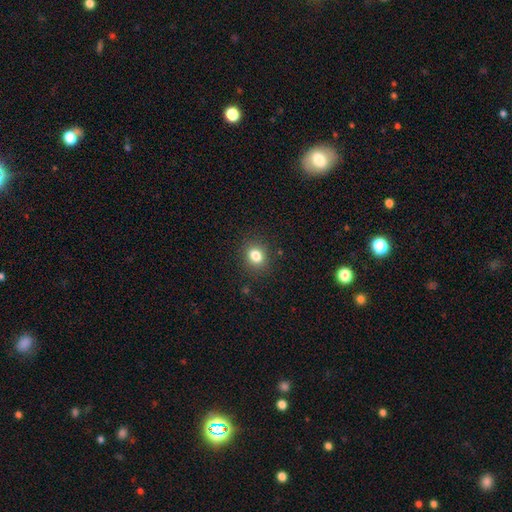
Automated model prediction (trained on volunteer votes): smooth-or-featured: smooth: 81% | star or artifact: 12% | featured or disk: 7%
  how-rounded: round: 61% | in between: 39% | cigar-shaped: 1%
  merging: none: 87% | minor disturbance: 9% | major disturbance: 3% | merger: 1%